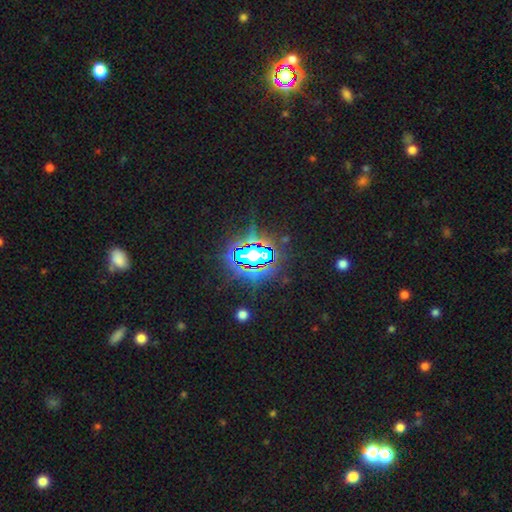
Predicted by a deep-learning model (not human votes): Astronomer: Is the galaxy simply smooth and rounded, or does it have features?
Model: star or artifact — 79%.